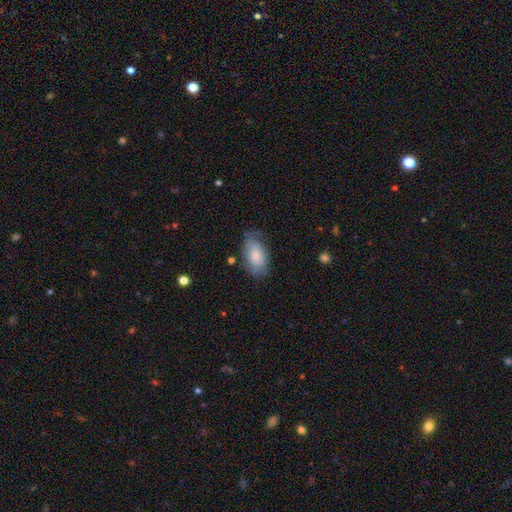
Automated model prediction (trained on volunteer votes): A smooth galaxy with no disk features (78%) that is in between round and cigar-shaped (93%).

Vote fractions:
- Smooth or featured? smooth: 78% / featured or disk: 16% / star or artifact: 6%
- How rounded? in between: 93% / round: 5% / cigar-shaped: 2%
- Merging? none: 65% / minor disturbance: 26% / major disturbance: 8% / merger: 2%